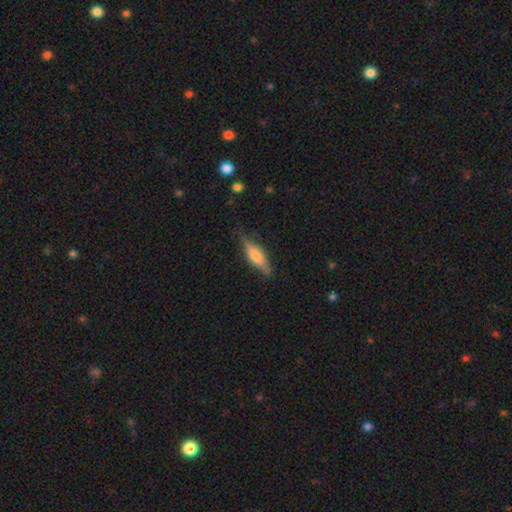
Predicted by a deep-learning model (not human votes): smooth-or-featured: smooth: 56% | featured or disk: 38% | star or artifact: 6%
  how-rounded: cigar-shaped: 60% | in between: 38% | round: 2%
  merging: none: 75% | minor disturbance: 19% | major disturbance: 4% | merger: 1%